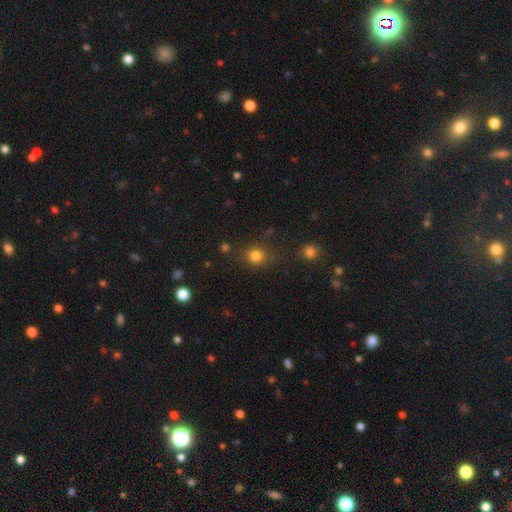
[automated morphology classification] Smooth or featured?
  - smooth: 80% *
  - star or artifact: 14%
  - featured or disk: 6%
How rounded?
  - round: 83% *
  - in between: 16%
  - cigar-shaped: 1%
Merging?
  - none: 74% *
  - minor disturbance: 13%
  - major disturbance: 7%
  - merger: 6%